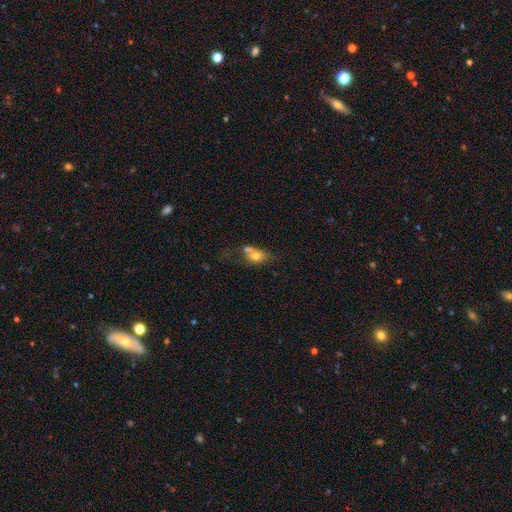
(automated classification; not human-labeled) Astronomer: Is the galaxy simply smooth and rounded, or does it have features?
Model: smooth — 67%.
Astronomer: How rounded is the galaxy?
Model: in between — 59% (runner-up: round, 38%).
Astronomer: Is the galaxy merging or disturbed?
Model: merger — 45% (runner-up: none, 28%).